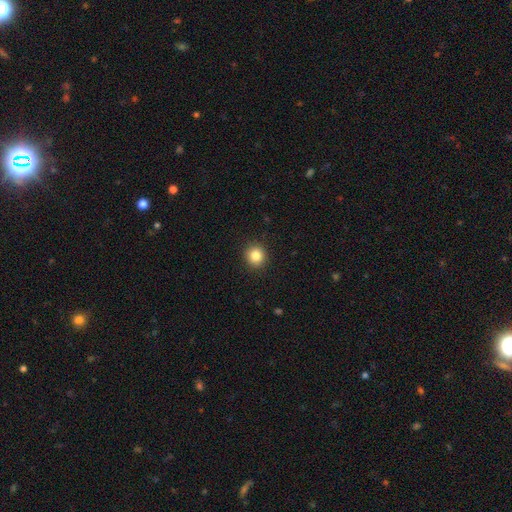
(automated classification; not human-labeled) Smooth or featured? Predicted: smooth (p=0.84). How rounded? Predicted: round (p=0.92). Merging? Predicted: none (p=0.92).